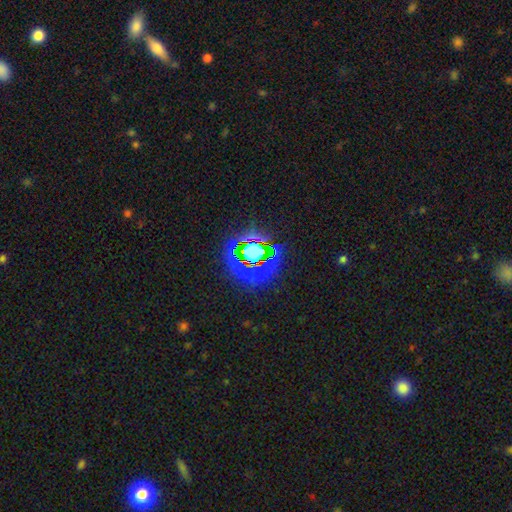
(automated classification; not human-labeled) This is likely a star or artifact rather than a galaxy (71%).